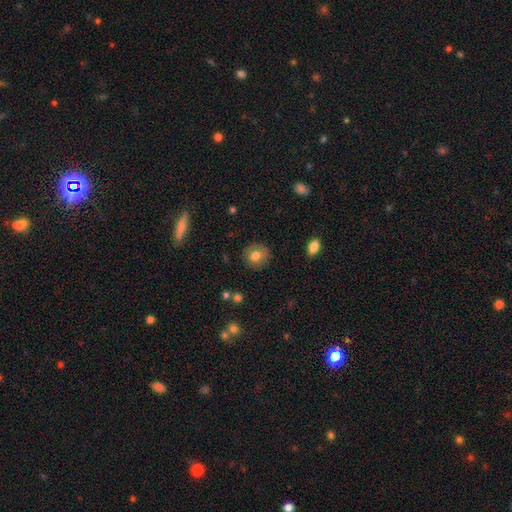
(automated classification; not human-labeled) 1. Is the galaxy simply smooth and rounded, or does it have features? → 75% smooth, 17% featured or disk, 9% star or artifact.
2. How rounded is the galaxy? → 84% round, 15% in between, 1% cigar-shaped.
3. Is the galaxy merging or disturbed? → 86% none, 10% minor disturbance, 3% major disturbance, 1% merger.